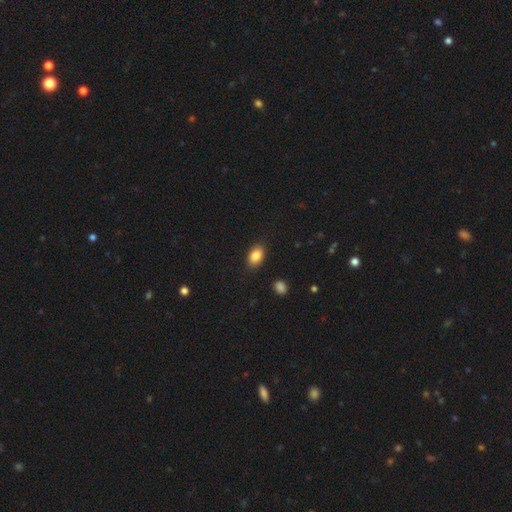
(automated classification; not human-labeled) Smooth or featured? smooth (86%)
How rounded? in between (85%)
Merging? none (87%)